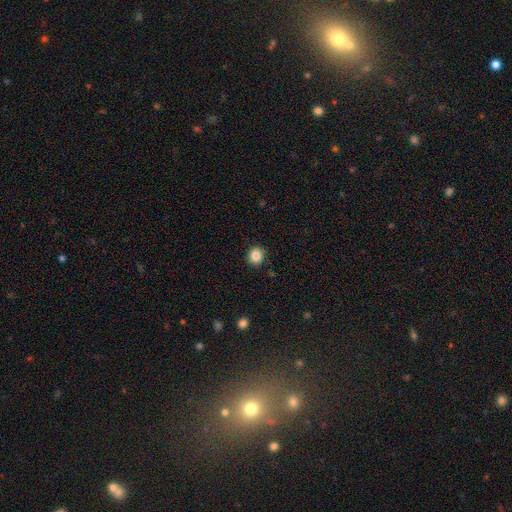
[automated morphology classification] Smooth or featured: smooth — 86% (star or artifact — 10%)
How rounded: round — 81% (in between — 18%)
Merging: none — 90% (minor disturbance — 7%)